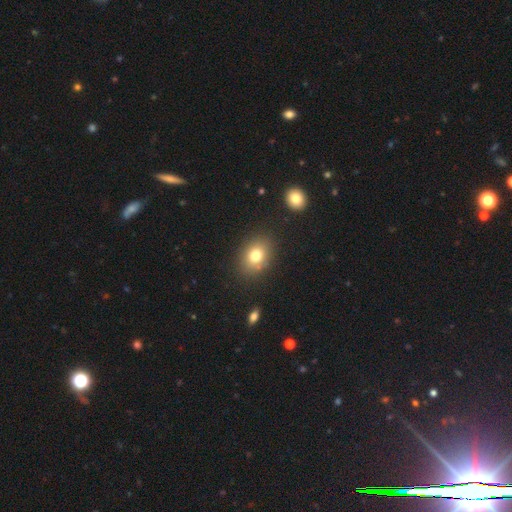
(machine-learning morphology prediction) smooth 77%, star or artifact 12%, featured or disk 11%. Down the decision tree: how rounded — in between (62%); merging — none (84%).